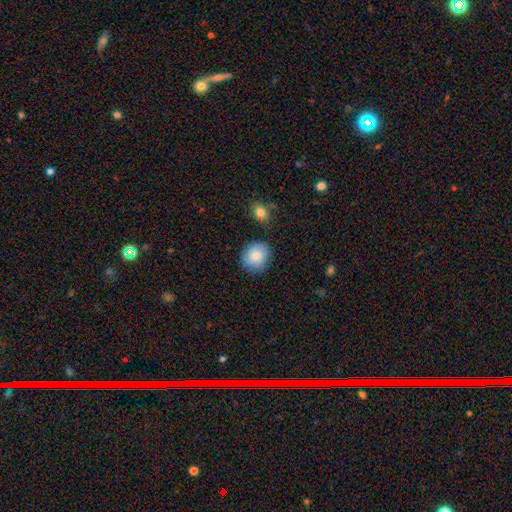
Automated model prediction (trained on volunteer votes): Overall: smooth (78%). How rounded: round (77%). Merging: none (81%).